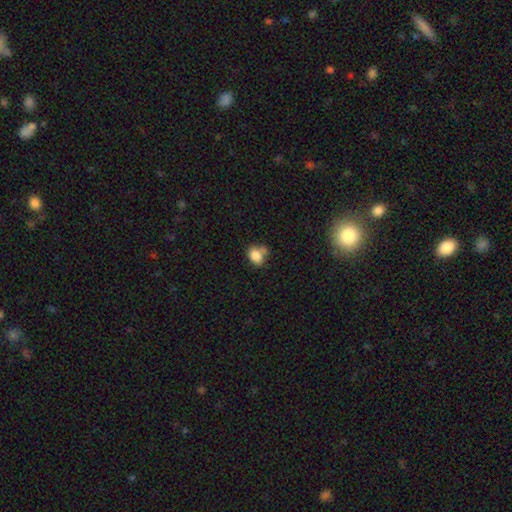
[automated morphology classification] smooth-or-featured: smooth: 81% | star or artifact: 10% | featured or disk: 9%
  how-rounded: in between: 61% | round: 37% | cigar-shaped: 1%
  merging: none: 46% | minor disturbance: 23% | merger: 23% | major disturbance: 8%